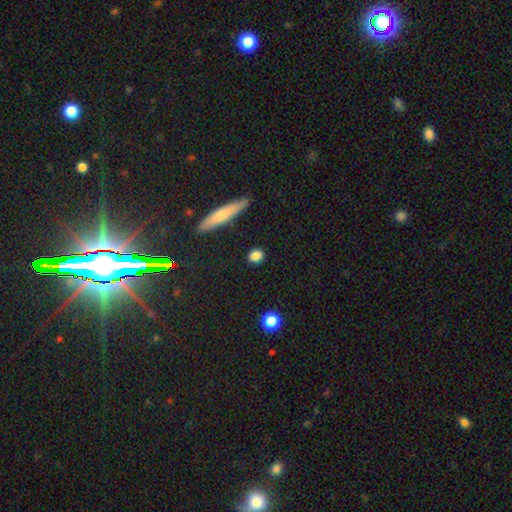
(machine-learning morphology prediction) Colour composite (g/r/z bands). It shows a smooth galaxy with no disk features (84%) that is round (73%). Merging: none (88%).